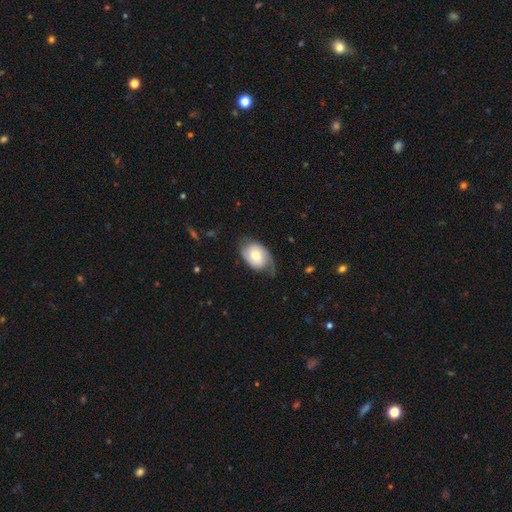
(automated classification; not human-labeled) smooth_or_featured: featured or disk (p=0.47) [tied with: smooth p=0.47]
merging: none (p=0.49) [alt: minor disturbance p=0.34]